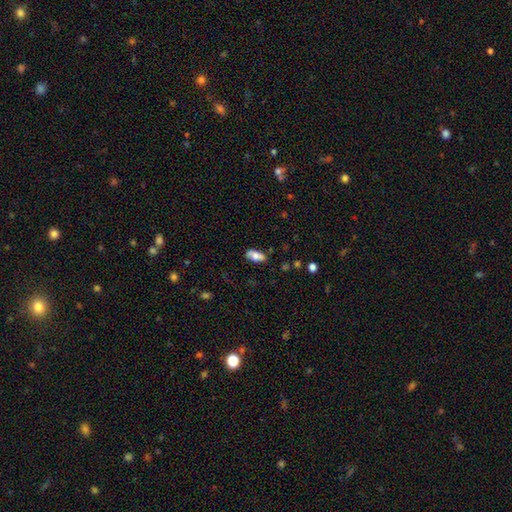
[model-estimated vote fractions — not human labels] smooth 69%, featured or disk 23%, star or artifact 7%. Down the decision tree: how rounded — in between (86%); merging — none (74%).